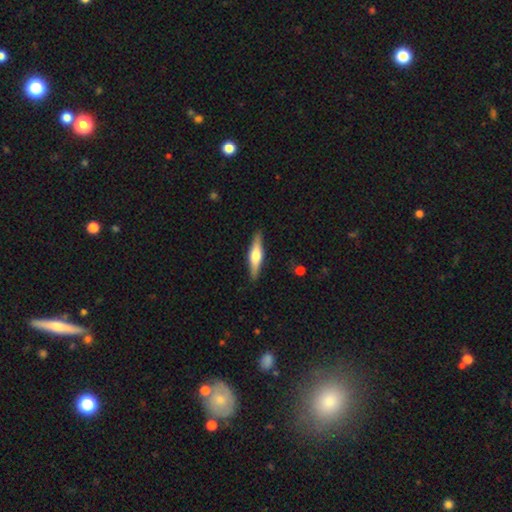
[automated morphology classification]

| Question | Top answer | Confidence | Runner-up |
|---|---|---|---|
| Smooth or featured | featured or disk | 54% | smooth (41%) |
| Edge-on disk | yes | 95% | no (5%) |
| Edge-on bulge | rounded | 89% | boxy (8%) |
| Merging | none | 89% | minor disturbance (8%) |